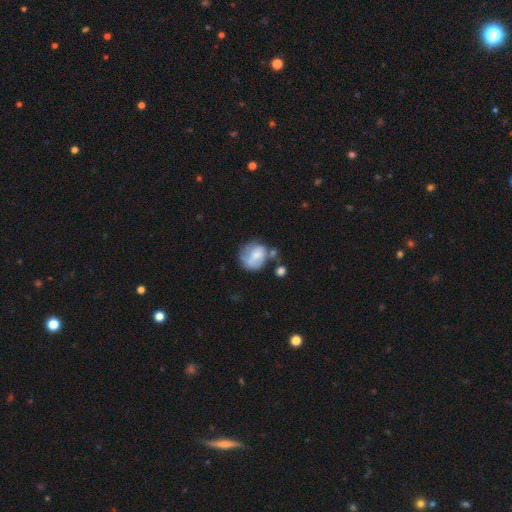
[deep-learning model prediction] Smooth or featured? Predicted: smooth (p=0.59). How rounded? Predicted: round (p=0.66). Merging? Predicted: none (p=0.37).